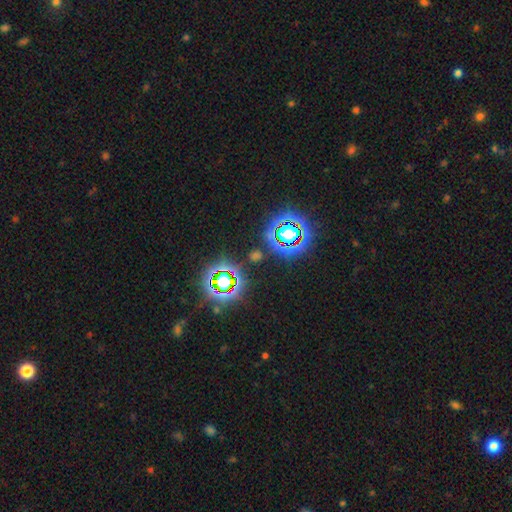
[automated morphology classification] This appears to be a star or artifact, not a galaxy (77%).